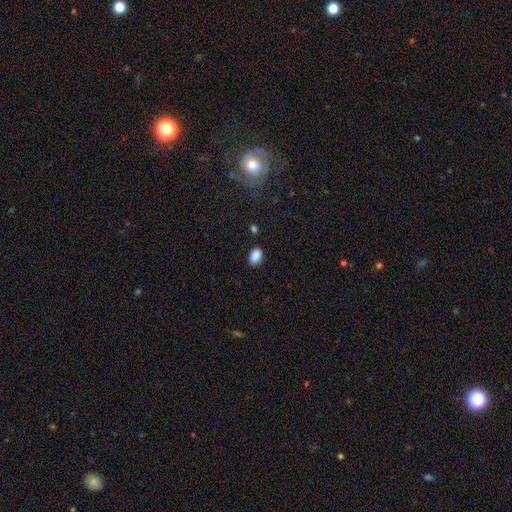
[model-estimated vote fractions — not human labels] Morphology: type=smooth (88%); roundness=in between (79%); merging=none (82%).